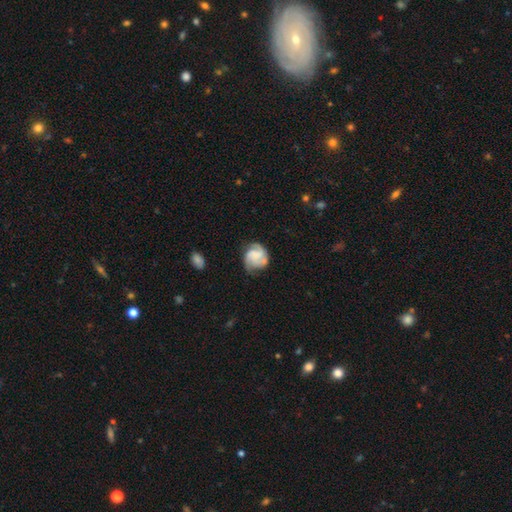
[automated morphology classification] A featured or disk galaxy (73%) with no bar (60%), 3 (55%) medium (44%) spiral arms (95%) and no central bulge (48%). Merging: none (65%).